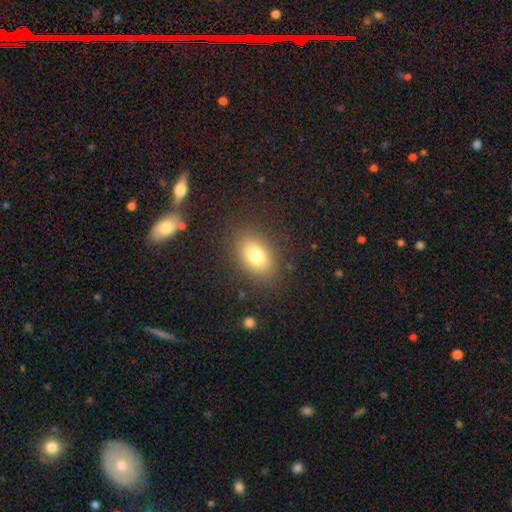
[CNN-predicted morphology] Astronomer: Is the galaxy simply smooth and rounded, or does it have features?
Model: smooth — 78%.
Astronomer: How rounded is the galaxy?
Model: in between — 81%.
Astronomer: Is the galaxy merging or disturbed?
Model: none — 85%.